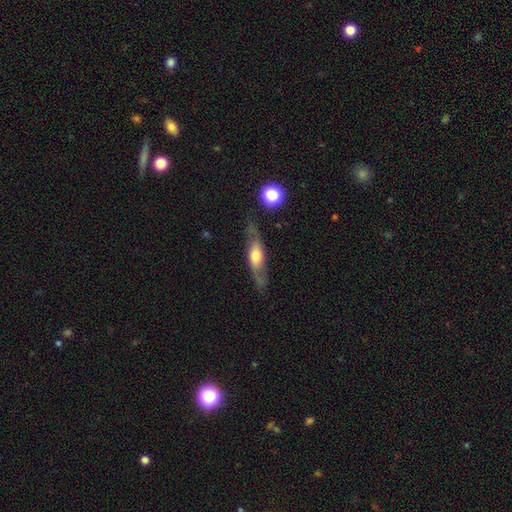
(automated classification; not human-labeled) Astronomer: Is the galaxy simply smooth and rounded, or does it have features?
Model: featured or disk — 59% (runner-up: smooth, 34%).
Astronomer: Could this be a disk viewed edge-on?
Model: yes — 58% (runner-up: no, 42%).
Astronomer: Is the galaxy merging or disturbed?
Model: none — 74%.